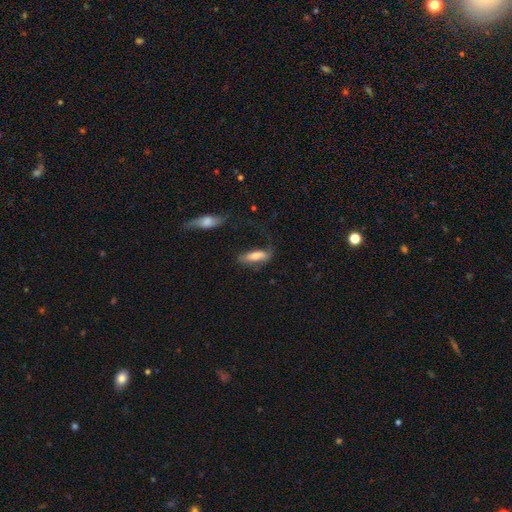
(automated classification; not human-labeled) Smooth or featured? Predicted: smooth (p=0.68). How rounded? Predicted: in between (p=0.60). Merging? Predicted: none (p=0.47).